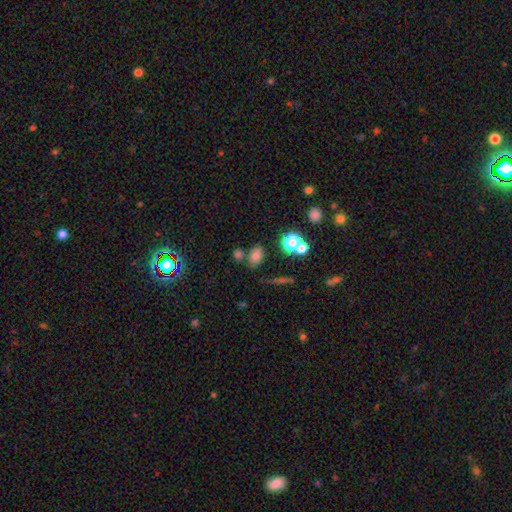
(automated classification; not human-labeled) Overall: smooth (73%). How rounded: in between (75%). Merging: none (67%).